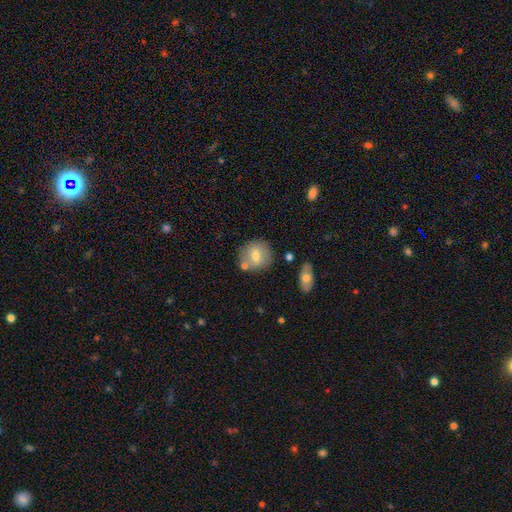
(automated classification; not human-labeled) Smooth or featured: smooth — 68% (featured or disk — 24%)
How rounded: round — 87% (in between — 12%)
Merging: none — 73% (minor disturbance — 13%)